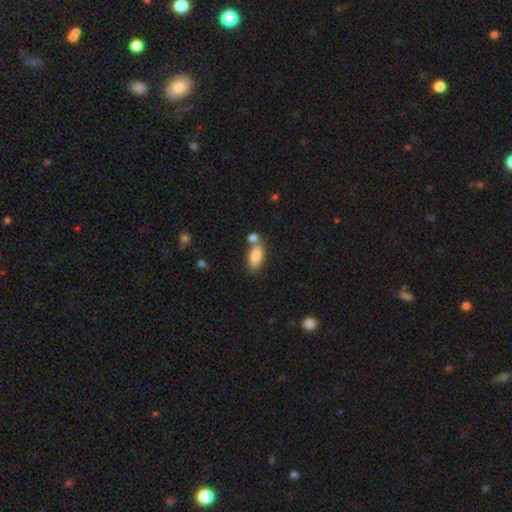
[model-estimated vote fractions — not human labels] Smooth or featured: smooth — 85% (featured or disk — 8%)
How rounded: in between — 84% (cigar-shaped — 13%)
Merging: none — 57% (merger — 26%)